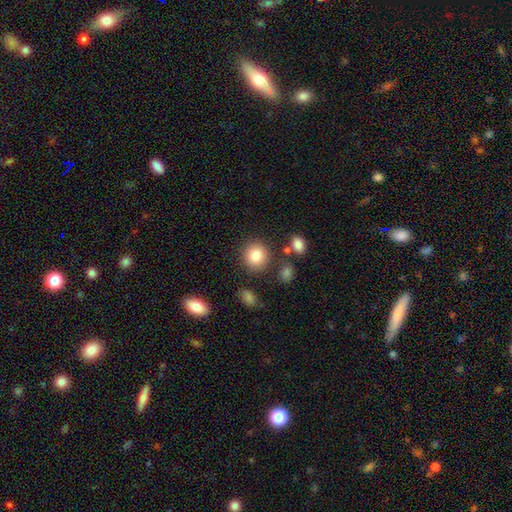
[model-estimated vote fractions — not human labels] This is clearly a smooth galaxy (84%). How rounded: clearly round (87%). Merging: clearly none (83%).